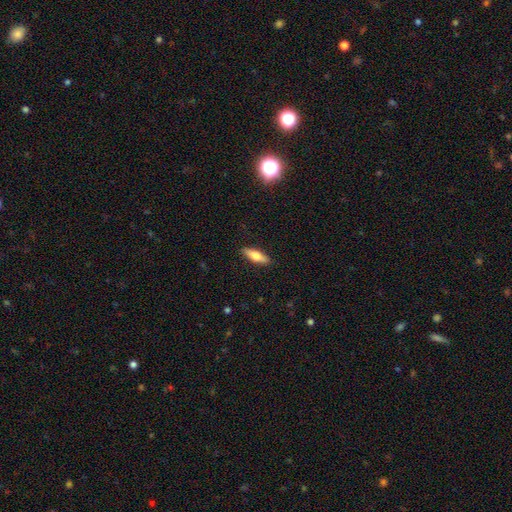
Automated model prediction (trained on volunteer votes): Smooth or featured?
  - smooth: 64% *
  - featured or disk: 30%
  - star or artifact: 6%
How rounded?
  - cigar-shaped: 53% *
  - in between: 45%
  - round: 2%
Merging?
  - none: 89% *
  - minor disturbance: 8%
  - major disturbance: 2%
  - merger: 1%